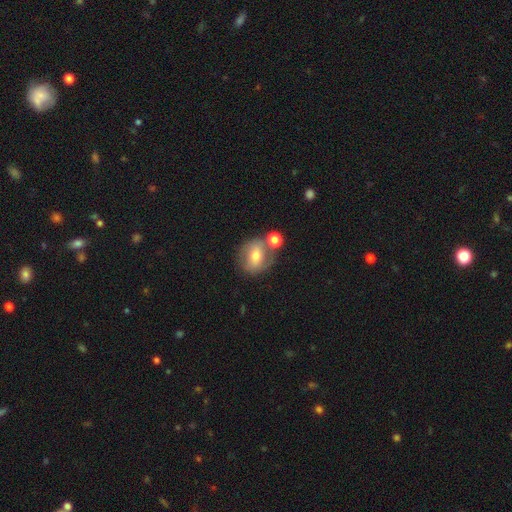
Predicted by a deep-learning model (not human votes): smooth-or-featured: smooth: 53% | featured or disk: 38% | star or artifact: 9%
  how-rounded: round: 66% | in between: 32% | cigar-shaped: 1%
  merging: none: 55% | merger: 23% | minor disturbance: 15% | major disturbance: 6%